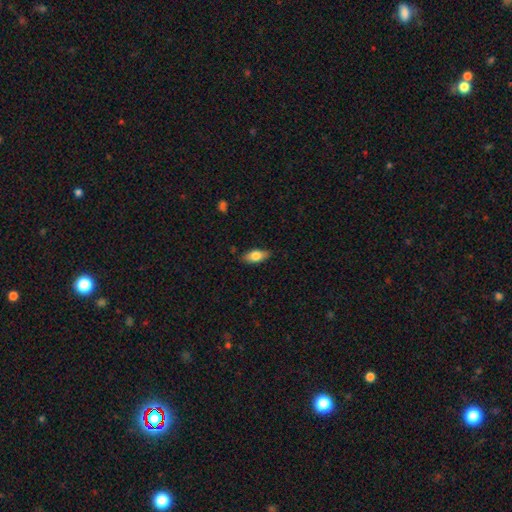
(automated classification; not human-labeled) smooth 76%, featured or disk 17%, star or artifact 6%. Down the decision tree: how rounded — in between (84%); merging — none (84%).